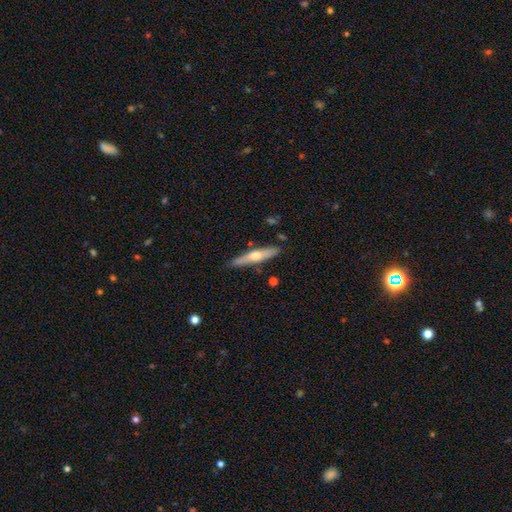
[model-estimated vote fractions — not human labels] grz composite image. It shows a featured or disk galaxy (53%) viewed edge-on (90%). Merging: none (84%).